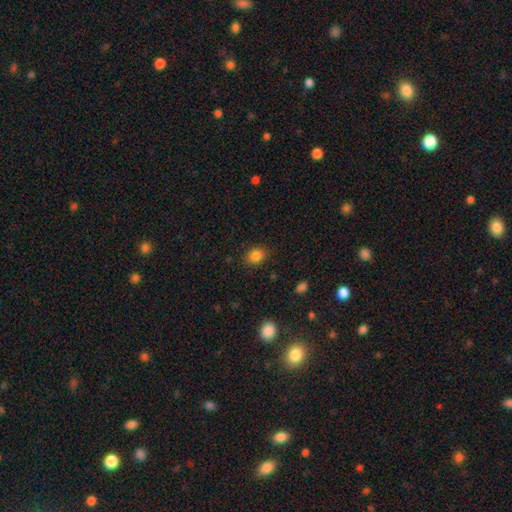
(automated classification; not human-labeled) Smooth or featured?
  - smooth: 83% *
  - star or artifact: 12%
  - featured or disk: 5%
How rounded?
  - round: 61% *
  - in between: 38%
  - cigar-shaped: 1%
Merging?
  - none: 86% *
  - minor disturbance: 10%
  - major disturbance: 3%
  - merger: 1%